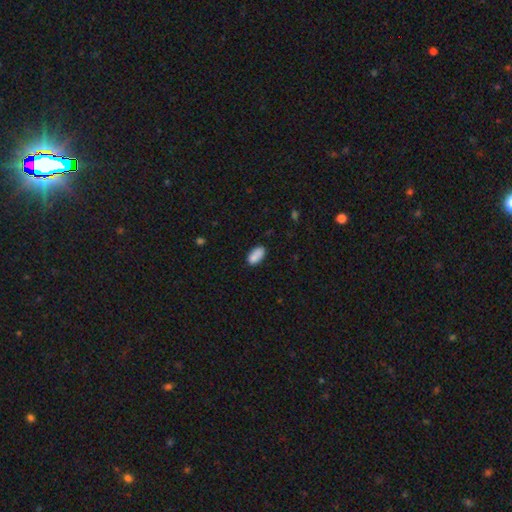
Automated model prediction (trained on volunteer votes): A smooth galaxy with no disk features (82%) that is in between round and cigar-shaped (93%). Merging: none (65%).